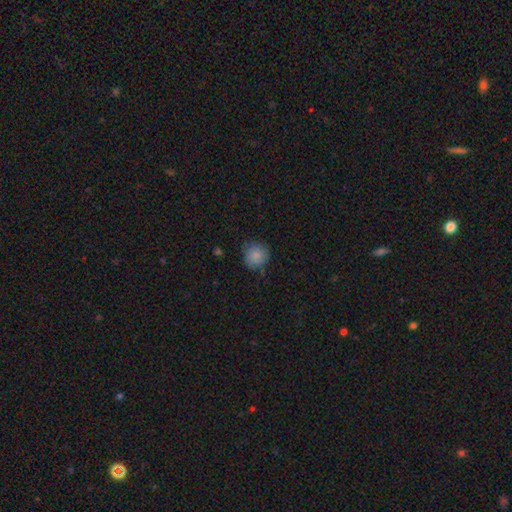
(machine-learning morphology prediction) The model was most divided on "merging": none: 76%, minor disturbance: 19%, major disturbance: 4%, merger: 1%. More confident: how rounded — round (91%); smooth or featured — smooth (83%).